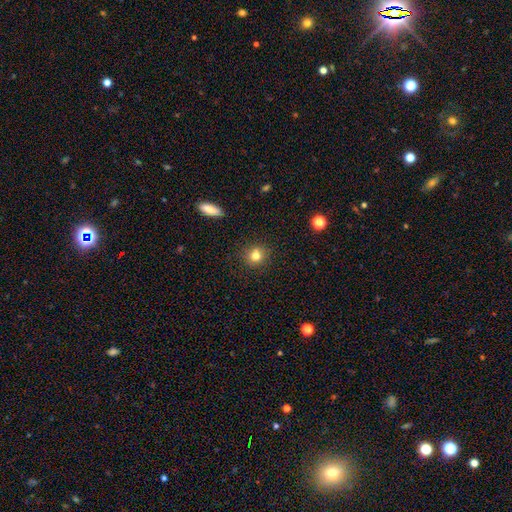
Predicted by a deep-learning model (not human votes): smooth 79%, star or artifact 12%, featured or disk 8%. Down the decision tree: how rounded — round (83%); merging — none (84%).